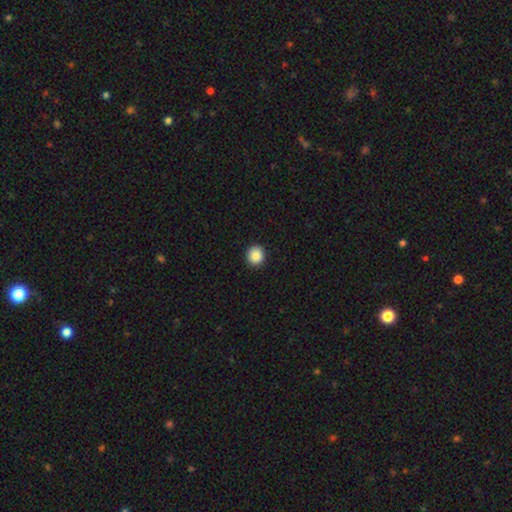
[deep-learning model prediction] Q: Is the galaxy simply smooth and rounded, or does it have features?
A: smooth — 88%.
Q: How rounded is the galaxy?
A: round — 86%.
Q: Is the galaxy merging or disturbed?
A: none — 92%.